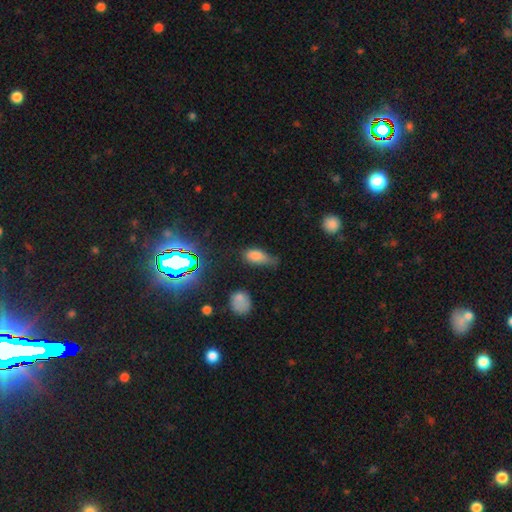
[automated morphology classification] A smooth galaxy with no disk features (75%) that is in between round and cigar-shaped (81%). Merging: minor disturbance (43%).